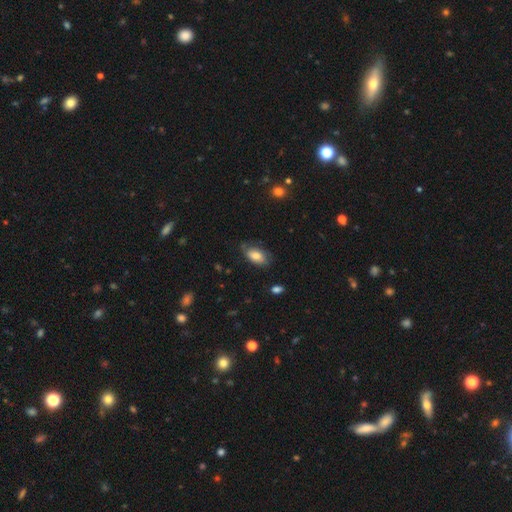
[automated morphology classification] The model was most divided on "merging": none: 63%, minor disturbance: 28%, major disturbance: 8%, merger: 2%. More confident: how rounded — in between (92%); smooth or featured — smooth (72%).